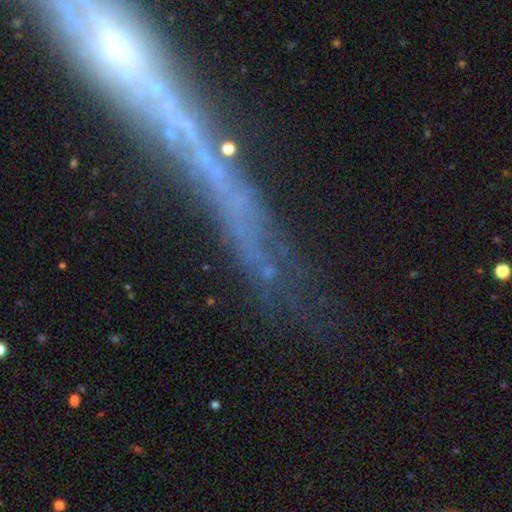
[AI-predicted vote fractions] Smooth or featured? Predicted: featured or disk (p=0.45). Merging? Predicted: none (p=0.59).